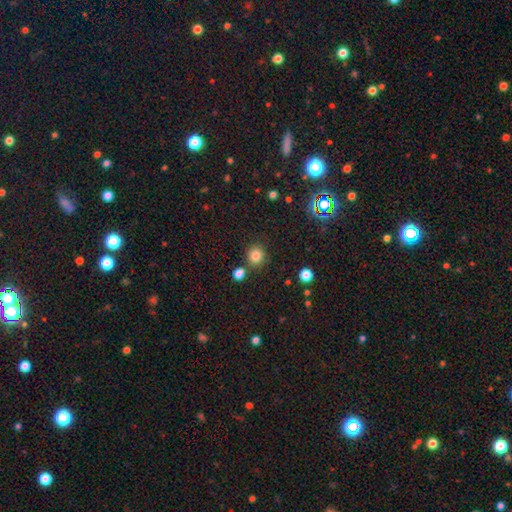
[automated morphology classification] Q: Smooth or featured?
A: smooth (81%); runner-up: star or artifact (14%)
Q: How rounded?
A: round (84%); runner-up: in between (15%)
Q: Merging?
A: none (77%); runner-up: merger (11%)